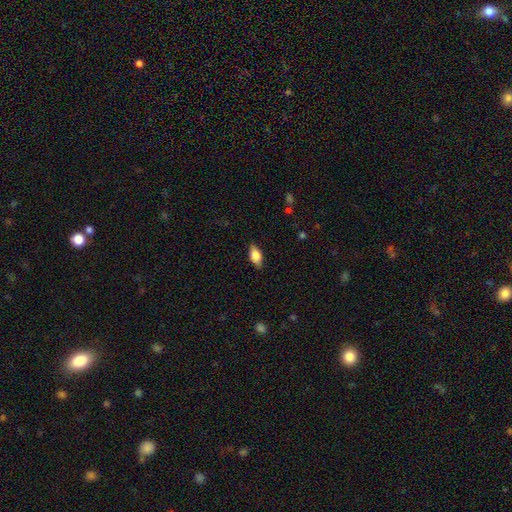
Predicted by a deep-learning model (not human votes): A smooth galaxy with no disk features (67%) that is in between round and cigar-shaped (85%). Merging: none (85%).